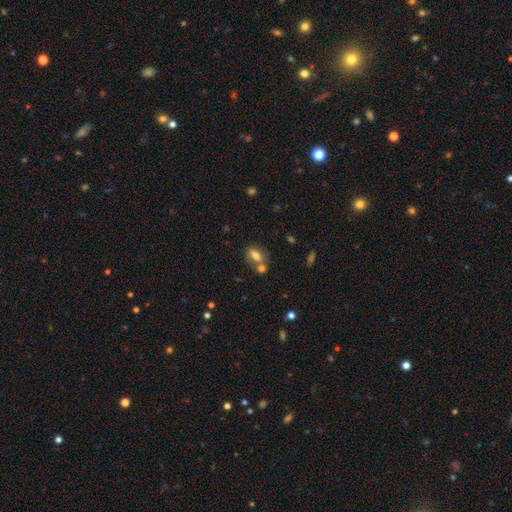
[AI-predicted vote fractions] smooth 73%, featured or disk 17%, star or artifact 10%. Down the decision tree: how rounded — in between (81%); merging — none (46%).